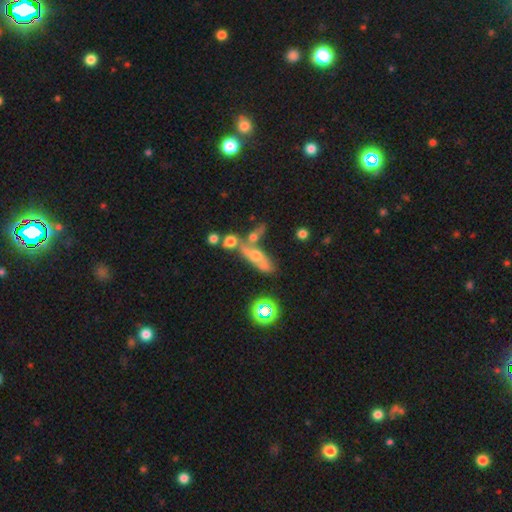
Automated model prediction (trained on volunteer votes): Smooth or featured: featured or disk — 42% (smooth — 38%)
Merging: merger — 38% (none — 36%)